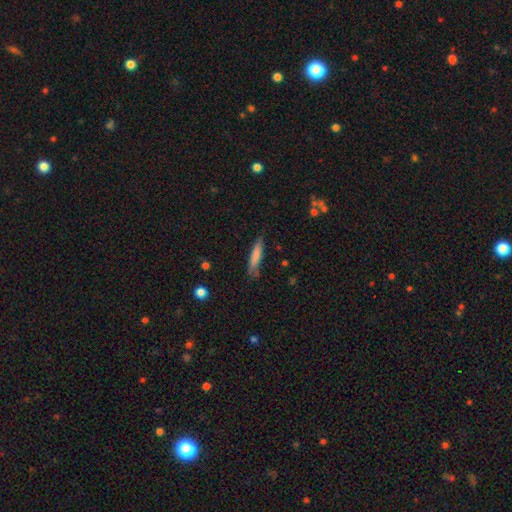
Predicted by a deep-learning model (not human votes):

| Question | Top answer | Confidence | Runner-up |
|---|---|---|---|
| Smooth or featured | smooth | 76% | featured or disk (18%) |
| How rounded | cigar-shaped | 87% | in between (11%) |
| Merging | none | 78% | minor disturbance (17%) |